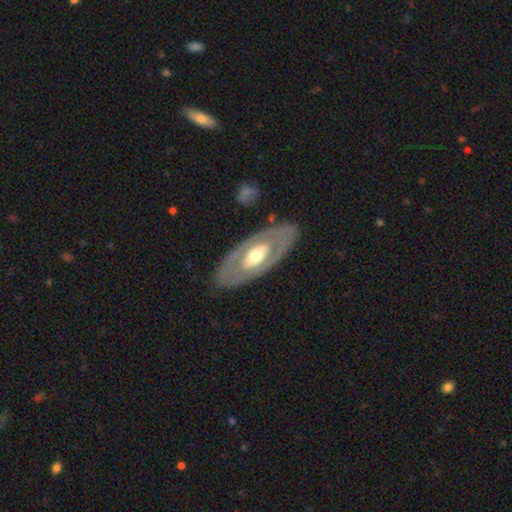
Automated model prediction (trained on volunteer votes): smooth-or-featured: featured or disk: 66% | smooth: 30% | star or artifact: 4%
  disk-edge-on: no: 84% | yes: 16%
    bar: no: 73% | weak: 17% | strong: 10%
    has-spiral-arms: no: 84% | yes: 16%
    bulge-size: moderate: 67% | large: 21% | small: 10% | dominant: 2% | none: 1%
  merging: none: 84% | minor disturbance: 11% | major disturbance: 4% | merger: 2%